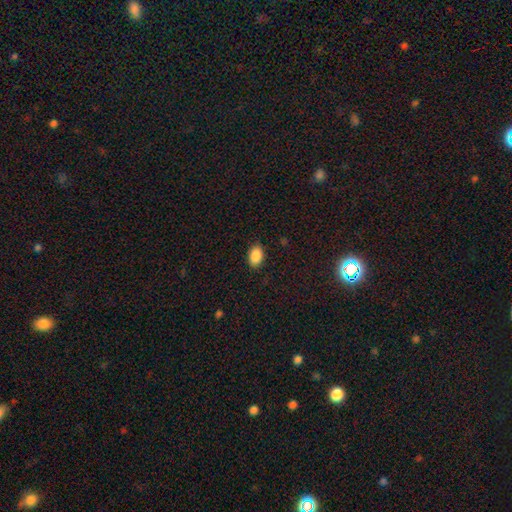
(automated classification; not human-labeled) smooth 88%, star or artifact 8%, featured or disk 4%. Down the decision tree: how rounded — in between (87%); merging — none (88%).